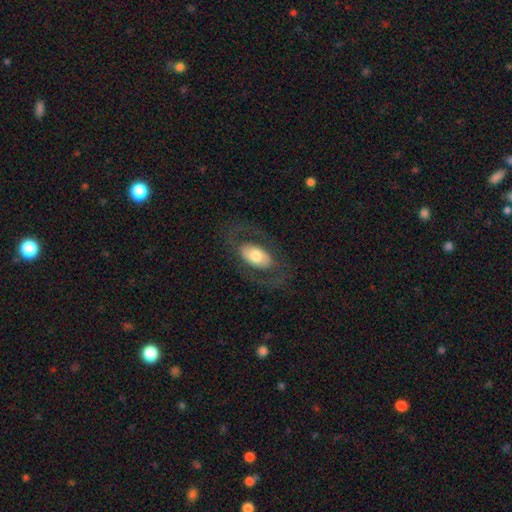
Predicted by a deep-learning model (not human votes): Smooth or featured? Predicted: smooth (p=0.48). Merging? Predicted: none (p=0.74).